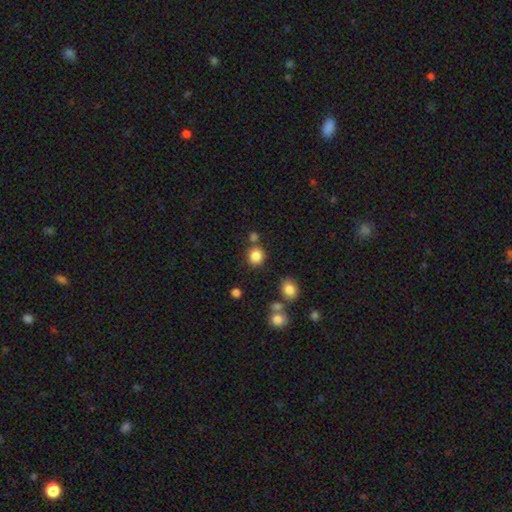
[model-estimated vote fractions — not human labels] smooth-or-featured: smooth: 84% | star or artifact: 11% | featured or disk: 5%
  how-rounded: round: 87% | in between: 12% | cigar-shaped: 1%
  merging: none: 77% | merger: 10% | minor disturbance: 9% | major disturbance: 3%